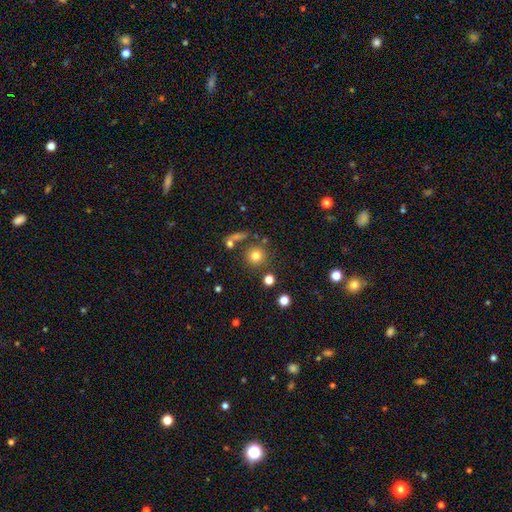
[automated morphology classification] type=smooth (75%); roundness=round (92%); merging=none (77%).